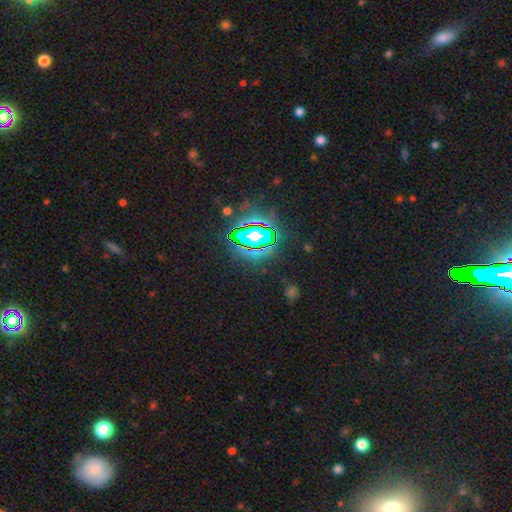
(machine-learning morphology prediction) Smooth or featured? Predicted: star or artifact (p=0.79).